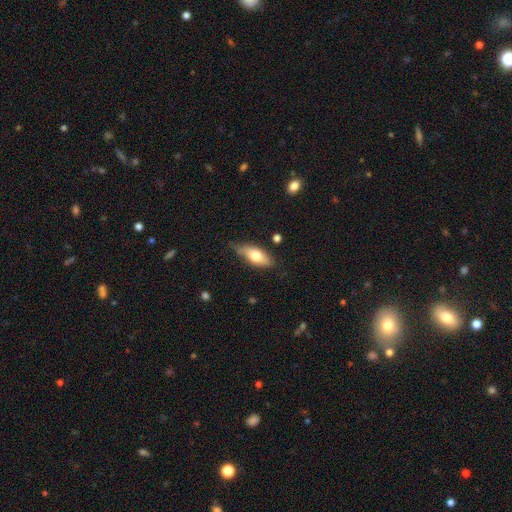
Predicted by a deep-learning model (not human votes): Smooth or featured? smooth (68%)
How rounded? in between (76%)
Merging? none (68%)